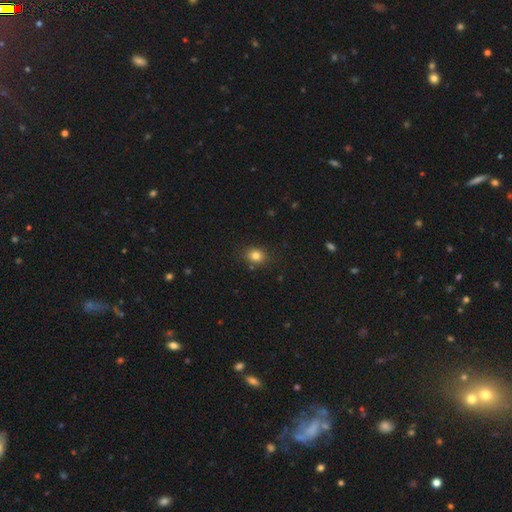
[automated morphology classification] type=smooth (82%); roundness=round (57%); merging=none (85%).